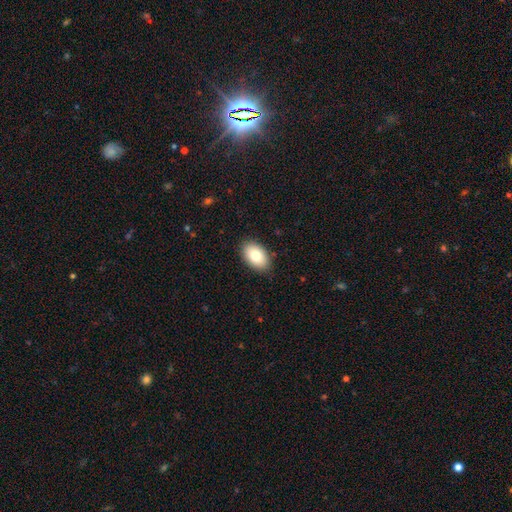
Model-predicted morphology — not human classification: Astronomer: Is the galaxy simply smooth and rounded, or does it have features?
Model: smooth — 81%.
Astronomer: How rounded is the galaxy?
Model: in between — 90%.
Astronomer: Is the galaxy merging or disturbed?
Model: none — 87%.